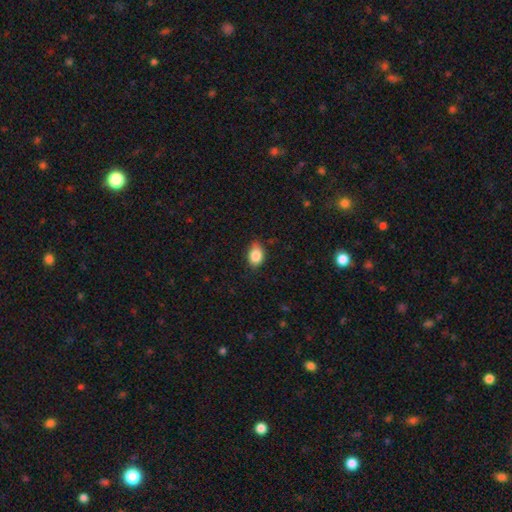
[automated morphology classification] This is clearly a smooth galaxy (86%). How rounded: likely in between (76%). Merging: likely none (74%).